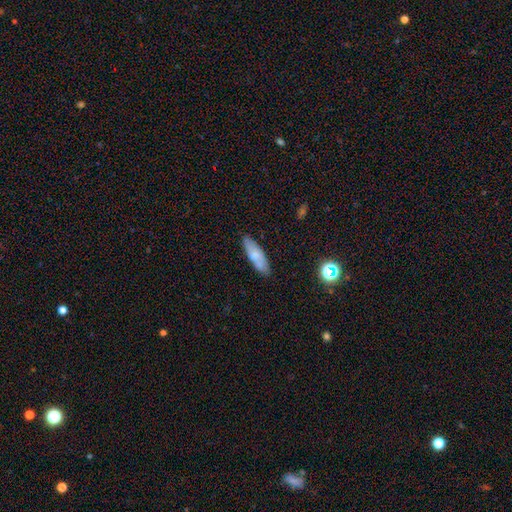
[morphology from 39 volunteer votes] This is likely a smooth galaxy (72%). How rounded: possibly cigar-shaped (50%). Merging: clearly none (81%).